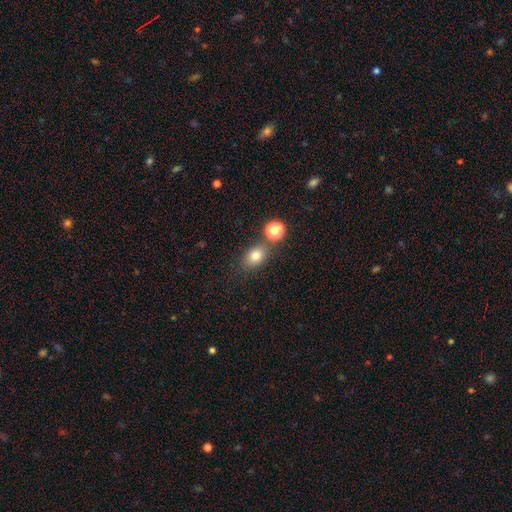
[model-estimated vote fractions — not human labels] Smooth or featured: smooth — 79% (star or artifact — 13%)
How rounded: in between — 65% (round — 33%)
Merging: none — 67% (merger — 17%)